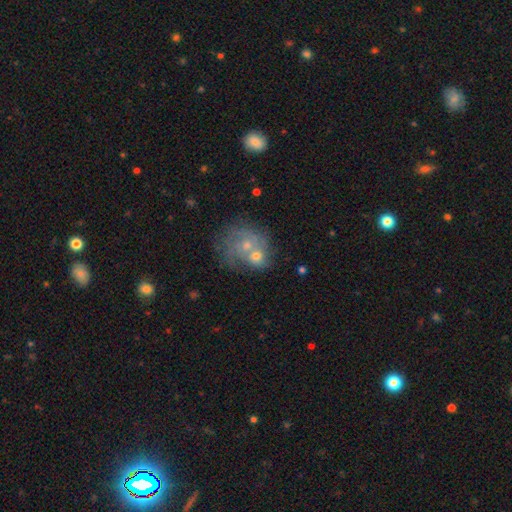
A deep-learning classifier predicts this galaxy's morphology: featured or disk 45%, smooth 35%, star or artifact 20%. Down the decision tree: merging — none (45%).